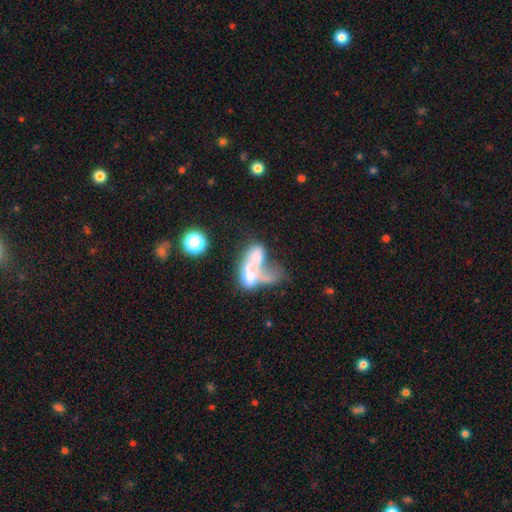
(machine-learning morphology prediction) Overall: featured or disk (46%; smooth 42%). Merging: merger (61%; major disturbance 25%).